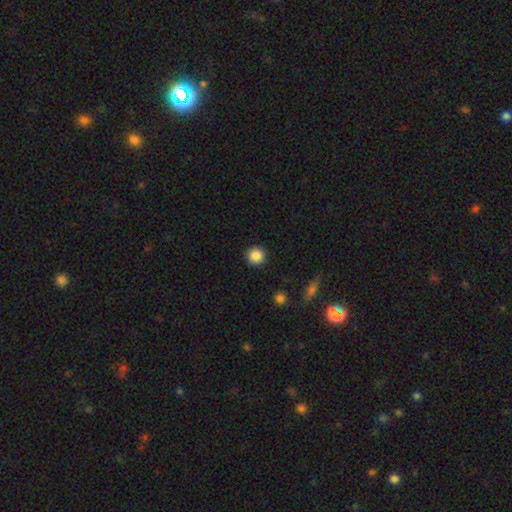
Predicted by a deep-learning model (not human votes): Q: Smooth or featured?
A: smooth (87%); runner-up: star or artifact (10%)
Q: How rounded?
A: round (95%); runner-up: in between (4%)
Q: Merging?
A: none (92%); runner-up: minor disturbance (5%)